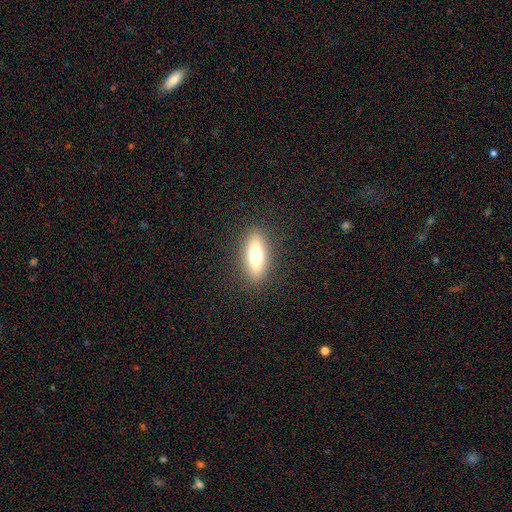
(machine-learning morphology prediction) Smooth or featured? Predicted: smooth (p=0.67). How rounded? Predicted: in between (p=0.62). Merging? Predicted: none (p=0.88).